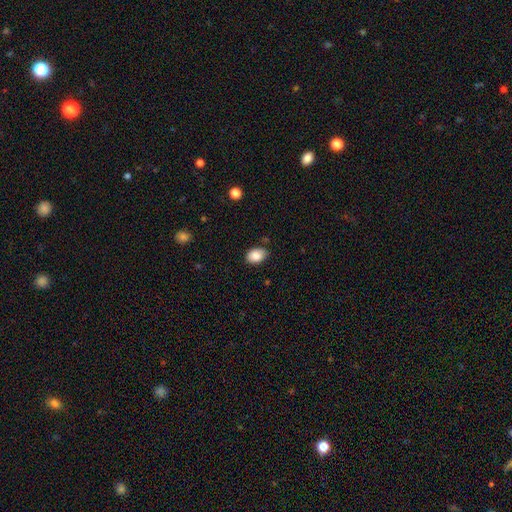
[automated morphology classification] The model was most divided on "merging": none: 73%, minor disturbance: 22%, major disturbance: 3%, merger: 2%. More confident: smooth or featured — smooth (86%); how rounded — in between (83%).